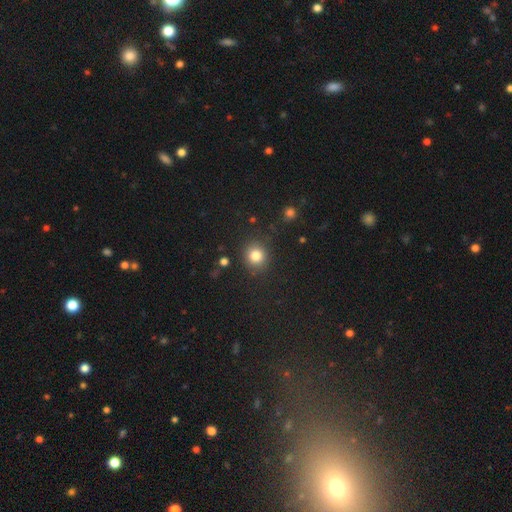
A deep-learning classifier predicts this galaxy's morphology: Smooth or featured: smooth — 83% (star or artifact — 12%)
How rounded: round — 87% (in between — 12%)
Merging: none — 87% (minor disturbance — 8%)